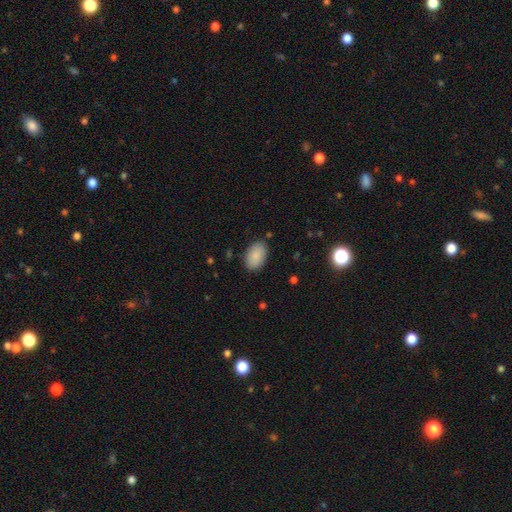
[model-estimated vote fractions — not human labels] Smooth or featured: smooth — 88% (star or artifact — 7%)
How rounded: in between — 91% (round — 8%)
Merging: none — 85% (minor disturbance — 11%)